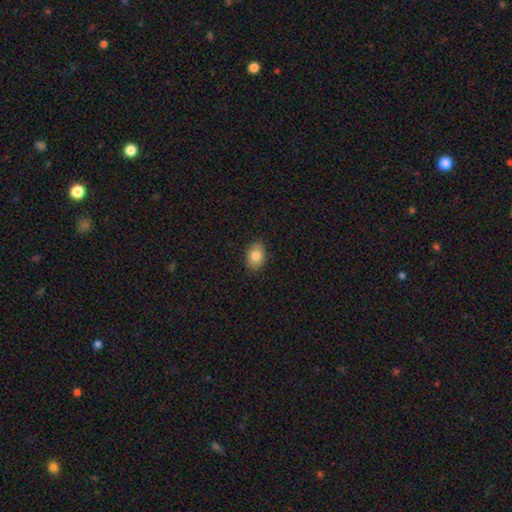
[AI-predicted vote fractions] Q: Smooth or featured?
A: smooth (80%); runner-up: featured or disk (12%)
Q: How rounded?
A: in between (83%); runner-up: round (16%)
Q: Merging?
A: none (88%); runner-up: minor disturbance (9%)